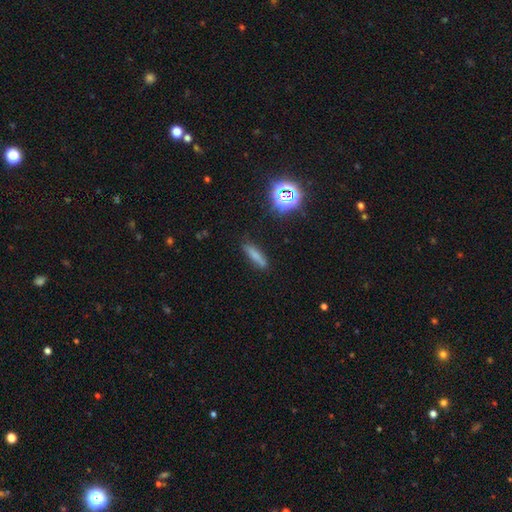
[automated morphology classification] Smooth or featured?
  - smooth: 73% *
  - star or artifact: 14%
  - featured or disk: 13%
How rounded?
  - cigar-shaped: 79% *
  - in between: 18%
  - round: 3%
Merging?
  - none: 82% *
  - minor disturbance: 13%
  - major disturbance: 3%
  - merger: 2%